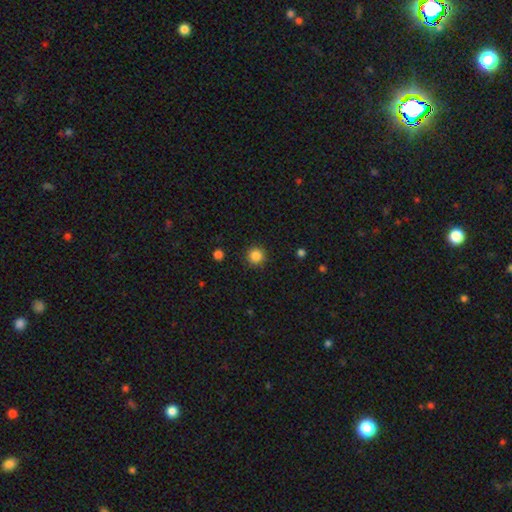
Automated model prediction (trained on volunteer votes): Smooth or featured? Predicted: smooth (p=0.86). How rounded? Predicted: round (p=0.95). Merging? Predicted: none (p=0.90).